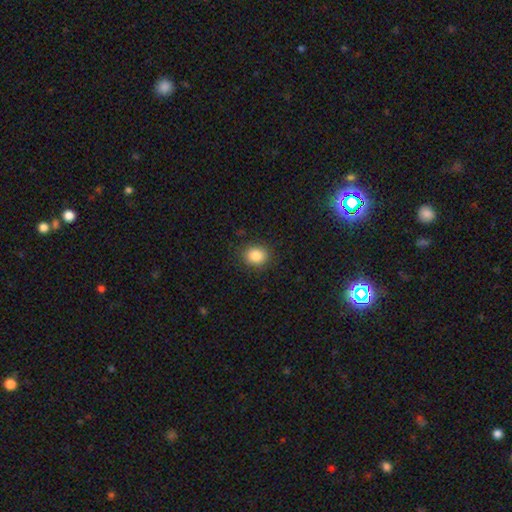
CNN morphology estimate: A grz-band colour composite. It shows a smooth galaxy with no disk features (85%) that is round (67%). Merging: none (88%).